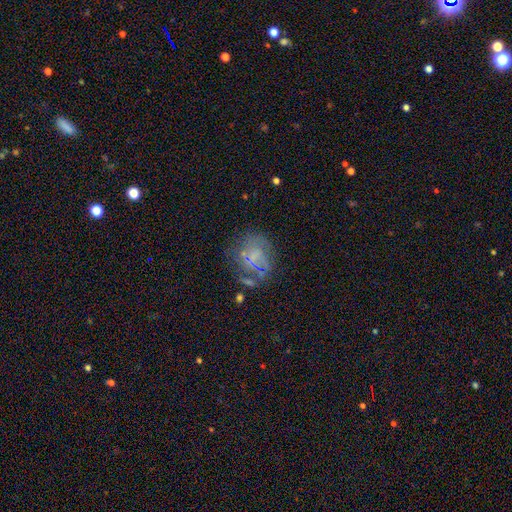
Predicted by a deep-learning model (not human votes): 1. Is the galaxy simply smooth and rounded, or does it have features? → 51% featured or disk, 26% smooth, 23% star or artifact.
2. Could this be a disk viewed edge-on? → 97% no, 3% yes.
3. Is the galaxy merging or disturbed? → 49% none, 24% major disturbance, 19% minor disturbance, 7% merger.